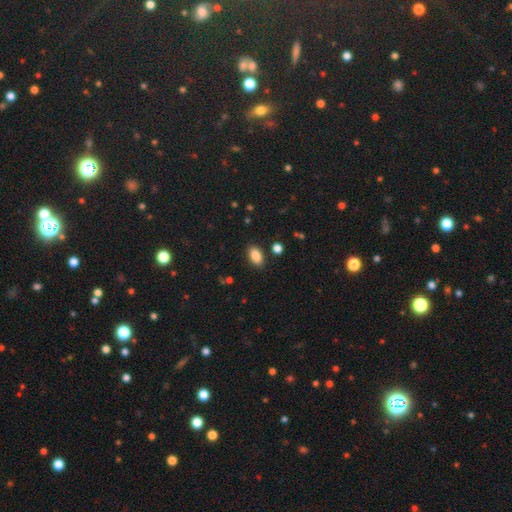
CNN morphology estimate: This appears to be a smooth galaxy with no disk features (87%) that is in between round and cigar-shaped (91%). Merging: none (86%).